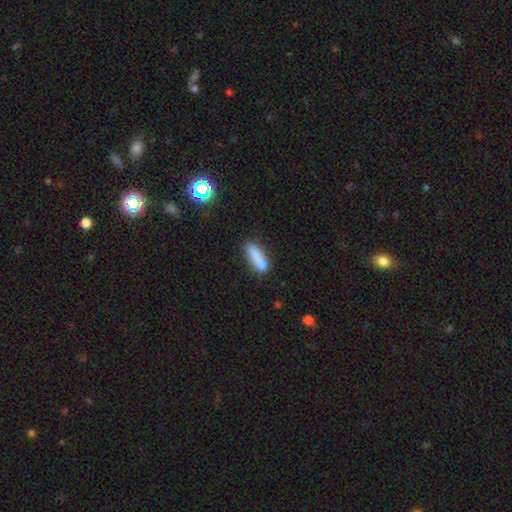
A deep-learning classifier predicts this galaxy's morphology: smooth_or_featured: smooth (p=0.78) [alt: featured or disk p=0.14]
how_rounded: cigar-shaped (p=0.63) [alt: in between p=0.34]
merging: none (p=0.62) [alt: minor disturbance p=0.19]